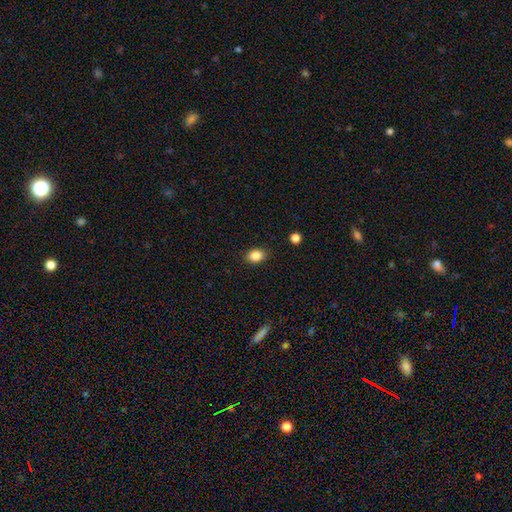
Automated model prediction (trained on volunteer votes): Smooth or featured? Predicted: smooth (p=0.86). How rounded? Predicted: in between (p=0.66). Merging? Predicted: none (p=0.87).